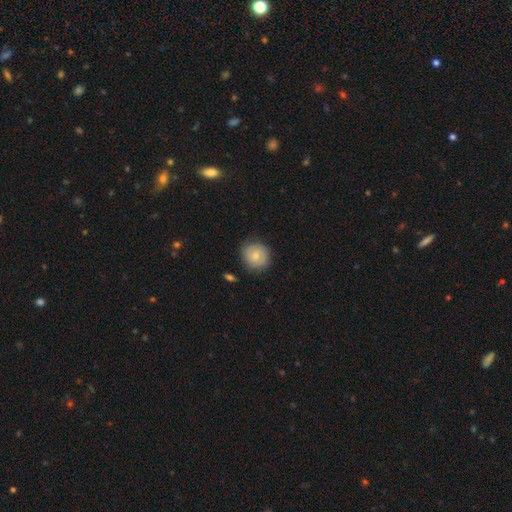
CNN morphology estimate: Smooth or featured: smooth — 62% (featured or disk — 30%)
How rounded: round — 85% (in between — 14%)
Merging: none — 76% (minor disturbance — 19%)